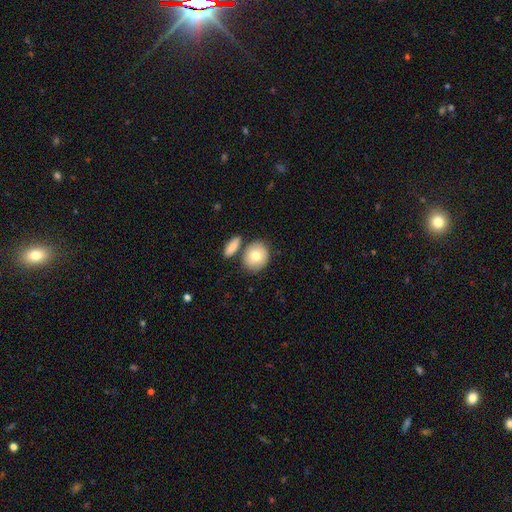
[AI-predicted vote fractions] Smooth or featured: smooth — 78% (featured or disk — 15%)
How rounded: round — 63% (in between — 35%)
Merging: none — 67% (merger — 18%)